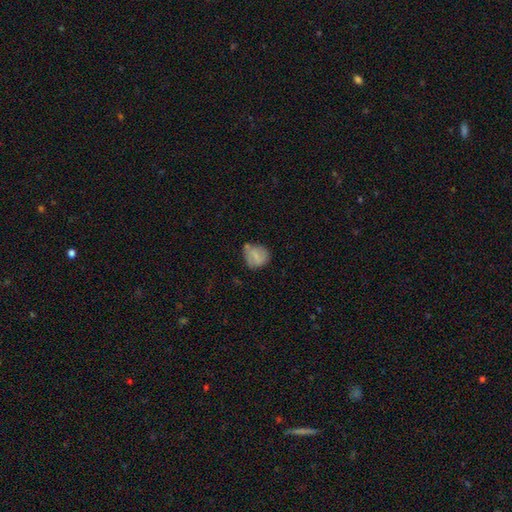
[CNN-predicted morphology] Smooth or featured? smooth (70%)
How rounded? round (69%)
Merging? none (50%)